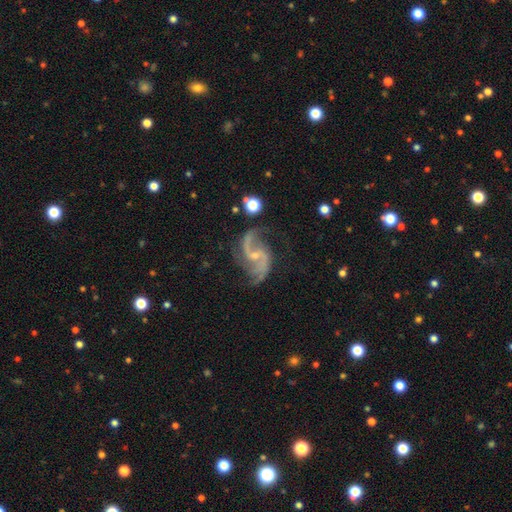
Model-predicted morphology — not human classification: Smooth or featured? Predicted: featured or disk (p=0.91). Edge-on disk? Predicted: no (p=0.98). Bar? Predicted: no (p=0.43, tied with weak). Spiral arms? Predicted: yes (p=0.98). Spiral winding? Predicted: loose (p=0.54). Spiral arm count? Predicted: 2 (p=0.88). Bulge size? Predicted: small (p=0.73). Merging? Predicted: none (p=0.69).